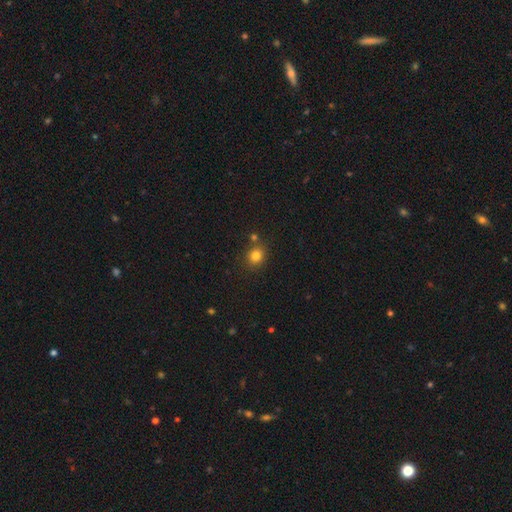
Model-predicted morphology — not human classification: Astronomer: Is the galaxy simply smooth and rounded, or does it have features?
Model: smooth — 81%.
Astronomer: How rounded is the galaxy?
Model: round — 74%.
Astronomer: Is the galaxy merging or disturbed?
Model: none — 75%.